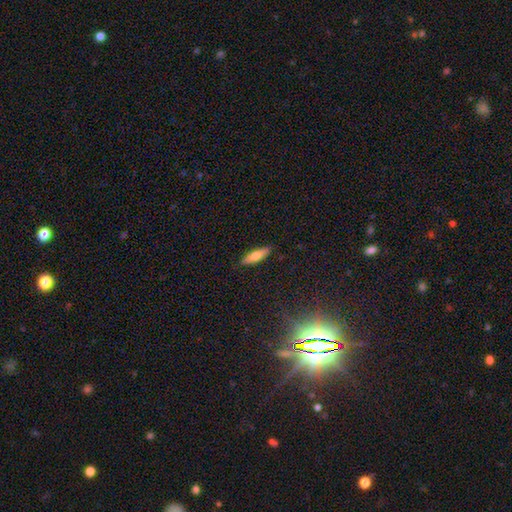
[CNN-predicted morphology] smooth 65%, featured or disk 28%, star or artifact 7%. Down the decision tree: how rounded — cigar-shaped (63%); merging — none (88%).